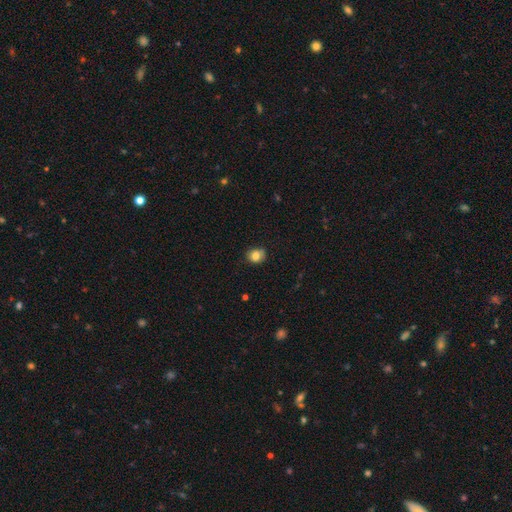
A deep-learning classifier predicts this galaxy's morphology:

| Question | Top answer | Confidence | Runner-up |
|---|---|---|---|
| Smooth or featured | smooth | 80% | star or artifact (10%) |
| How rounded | round | 69% | in between (30%) |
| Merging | none | 77% | minor disturbance (18%) |